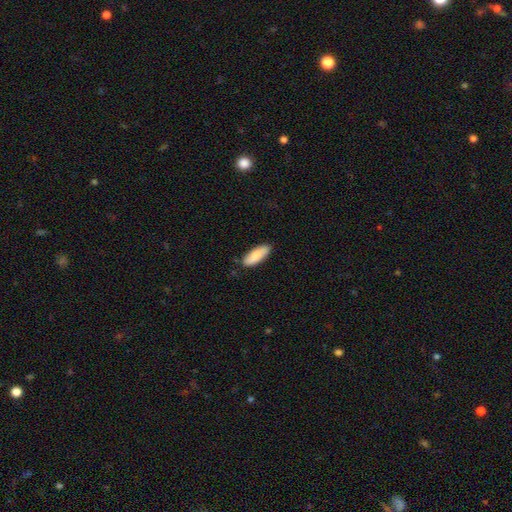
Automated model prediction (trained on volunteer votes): The model was most divided on "how rounded": in between: 69%, cigar-shaped: 29%, round: 2%. More confident: merging — none (84%); smooth or featured — smooth (80%).